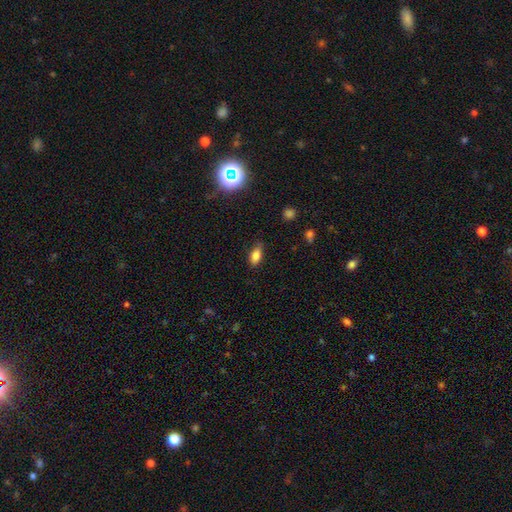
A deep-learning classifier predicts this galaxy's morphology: This is clearly a smooth galaxy (80%). How rounded: clearly in between (84%). Merging: likely none (73%).